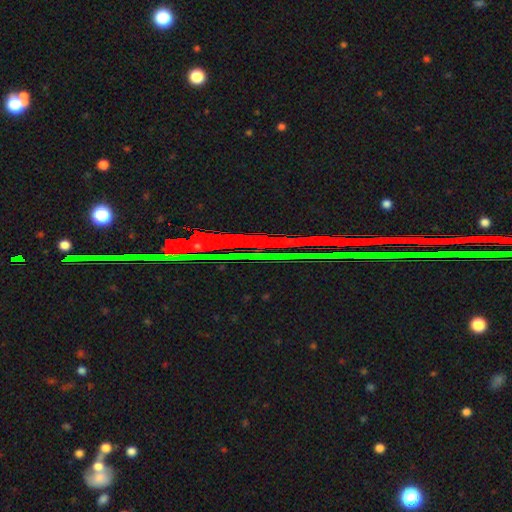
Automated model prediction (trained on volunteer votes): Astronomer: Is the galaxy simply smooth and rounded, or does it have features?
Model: star or artifact — 84%.